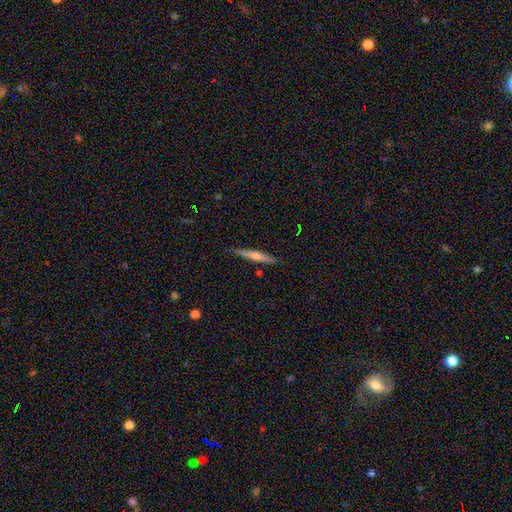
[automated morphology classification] A featured or disk galaxy (61%) viewed edge-on (97%) with a rounded central bulge (66%).

Vote fractions:
- Smooth or featured? featured or disk: 61% / smooth: 32% / star or artifact: 7%
- Edge-on disk? yes: 97% / no: 3%
- Edge-on bulge? rounded: 66% / none: 25% / boxy: 9%
- Merging? none: 89% / minor disturbance: 8% / major disturbance: 1% / merger: 1%